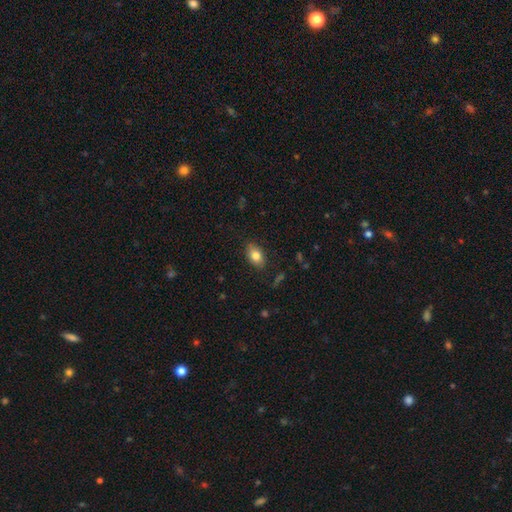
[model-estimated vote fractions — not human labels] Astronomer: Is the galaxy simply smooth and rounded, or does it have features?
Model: smooth — 82%.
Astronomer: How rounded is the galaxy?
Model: in between — 87%.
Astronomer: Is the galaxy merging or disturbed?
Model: none — 85%.